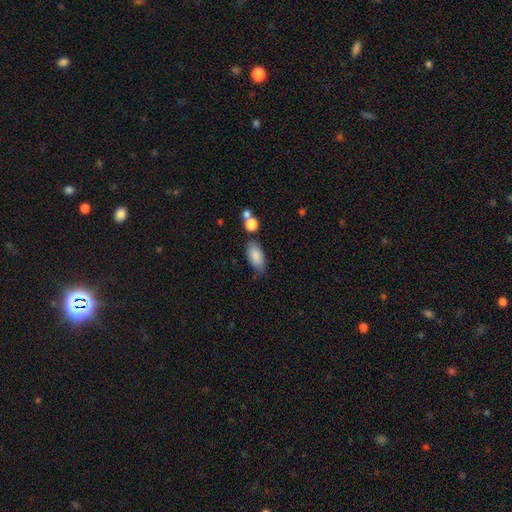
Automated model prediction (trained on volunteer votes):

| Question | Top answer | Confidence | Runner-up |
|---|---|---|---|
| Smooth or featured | smooth | 85% | featured or disk (7%) |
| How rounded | in between | 90% | cigar-shaped (7%) |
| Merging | none | 67% | minor disturbance (21%) |